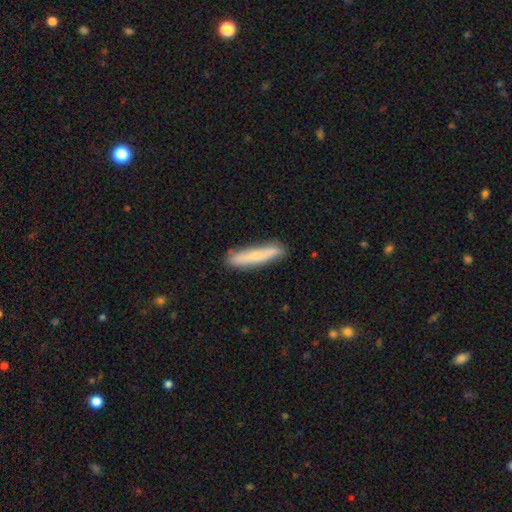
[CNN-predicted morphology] Smooth or featured: smooth — 63% (featured or disk — 31%)
How rounded: cigar-shaped — 89% (in between — 10%)
Merging: none — 85% (minor disturbance — 12%)